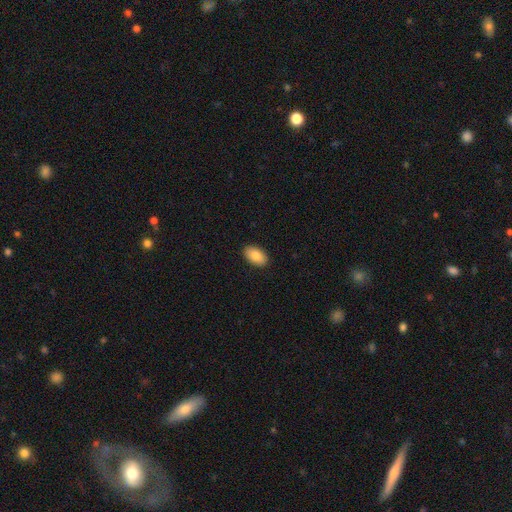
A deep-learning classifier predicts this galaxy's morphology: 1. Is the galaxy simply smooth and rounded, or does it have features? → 87% smooth, 6% star or artifact, 6% featured or disk.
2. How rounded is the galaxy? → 94% in between, 4% round, 1% cigar-shaped.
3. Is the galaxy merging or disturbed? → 91% none, 7% minor disturbance, 2% major disturbance, 1% merger.